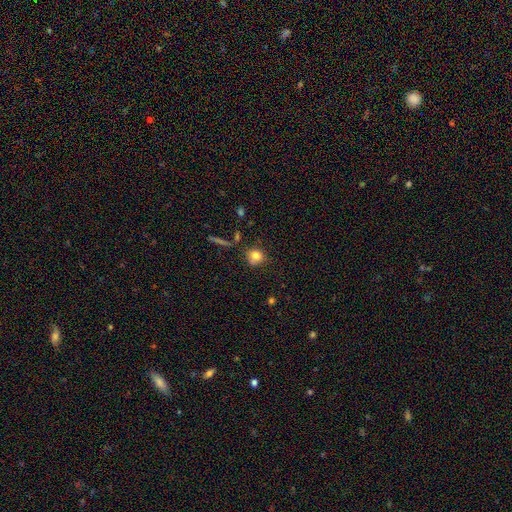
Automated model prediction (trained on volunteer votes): Q: Smooth or featured?
A: smooth (79%); runner-up: star or artifact (11%)
Q: How rounded?
A: round (82%); runner-up: in between (16%)
Q: Merging?
A: none (72%); runner-up: minor disturbance (16%)